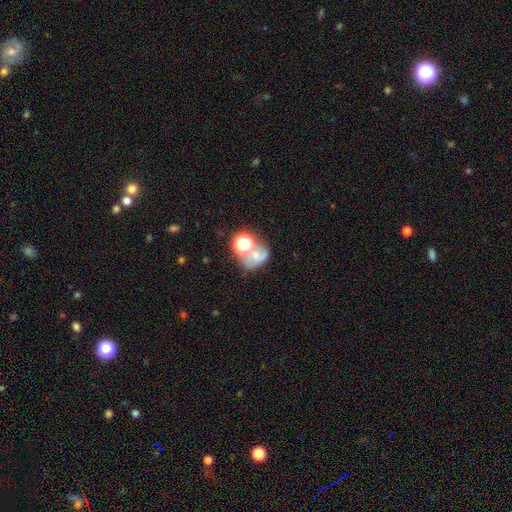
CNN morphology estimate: Q: Smooth or featured?
A: smooth (45%); runner-up: featured or disk (32%)
Q: Merging?
A: merger (38%); runner-up: none (31%)